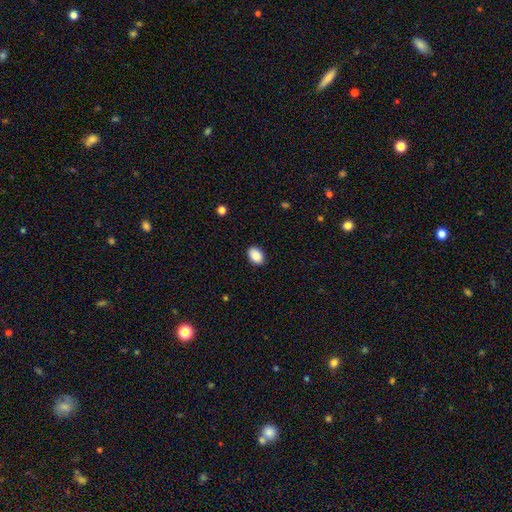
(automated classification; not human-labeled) smooth_or_featured: smooth (p=0.90) [alt: star or artifact p=0.07]
how_rounded: in between (p=0.84) [alt: round p=0.15]
merging: none (p=0.89) [alt: minor disturbance p=0.08]